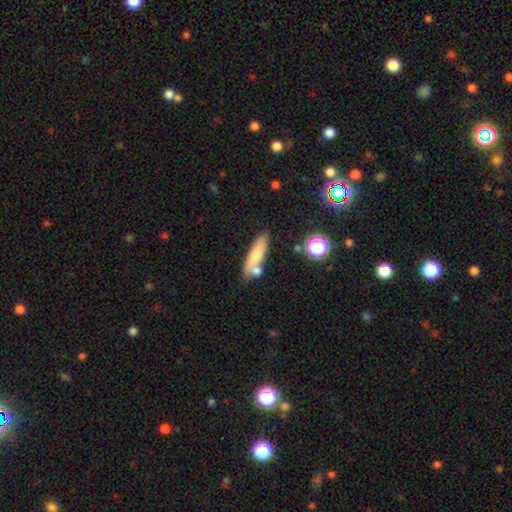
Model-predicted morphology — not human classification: A smooth galaxy with no disk features (70%) that is cigar-shaped (64%).

Vote fractions:
- Smooth or featured? smooth: 70% / featured or disk: 22% / star or artifact: 8%
- How rounded? cigar-shaped: 64% / in between: 32% / round: 4%
- Merging? none: 59% / merger: 21% / minor disturbance: 15% / major disturbance: 5%